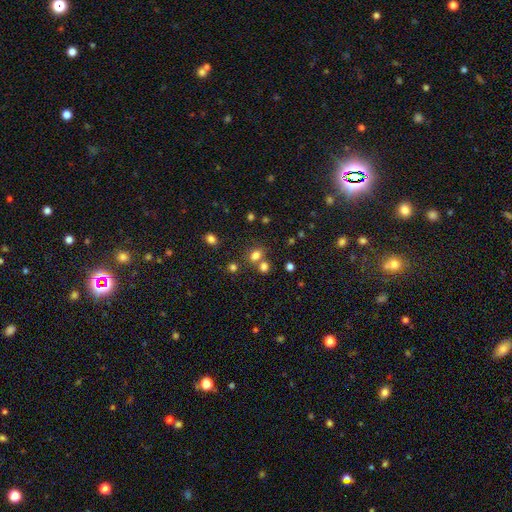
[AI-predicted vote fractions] Smooth or featured: smooth — 75% (star or artifact — 17%)
How rounded: in between — 59% (round — 39%)
Merging: none — 58% (merger — 27%)